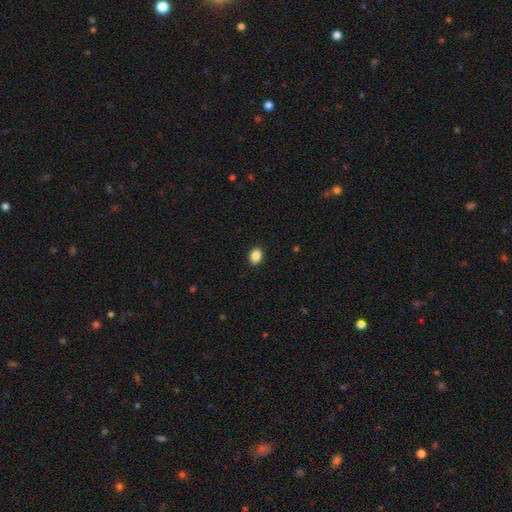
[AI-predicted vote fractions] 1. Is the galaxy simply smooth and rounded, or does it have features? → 88% smooth, 9% star or artifact, 4% featured or disk.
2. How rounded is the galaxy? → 70% in between, 29% round, 1% cigar-shaped.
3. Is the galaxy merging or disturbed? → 91% none, 7% minor disturbance, 2% major disturbance, 1% merger.